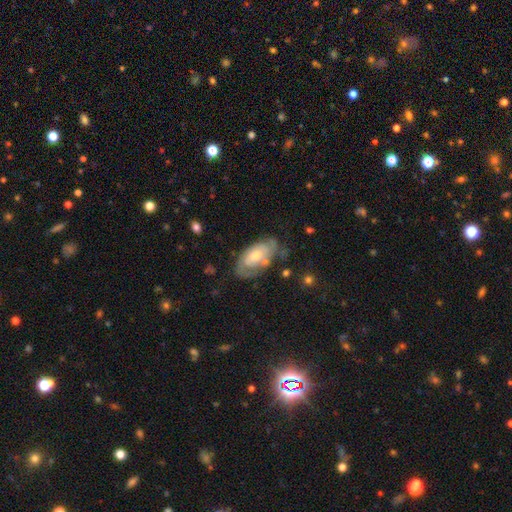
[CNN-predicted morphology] A featured or disk galaxy (60%) with no bar (72%), spiral arms (74%) and a moderate central bulge (58%).

Vote fractions:
- Smooth or featured? featured or disk: 60% / smooth: 33% / star or artifact: 6%
- Edge-on disk? no: 93% / yes: 7%
- Bar? no: 72% / weak: 24% / strong: 4%
- Spiral arms? yes: 74% / no: 26%
- Bulge size? moderate: 58% / small: 26% / large: 12% / none: 3% / dominant: 1%
- Merging? none: 53% / minor disturbance: 29% / major disturbance: 14% / merger: 3%